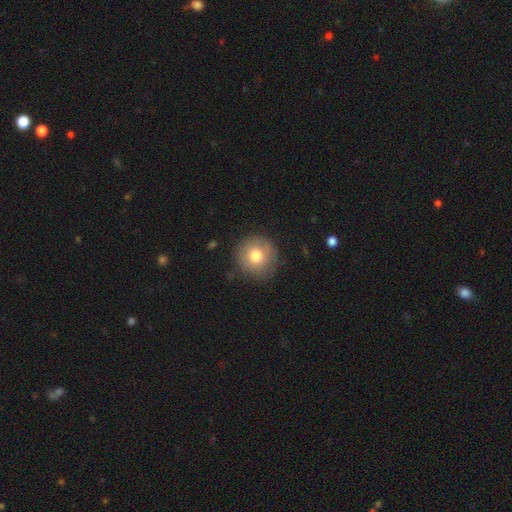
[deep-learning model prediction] The model was most divided on "smooth or featured": smooth: 75%, featured or disk: 16%, star or artifact: 9%. More confident: how rounded — round (93%); merging — none (84%).